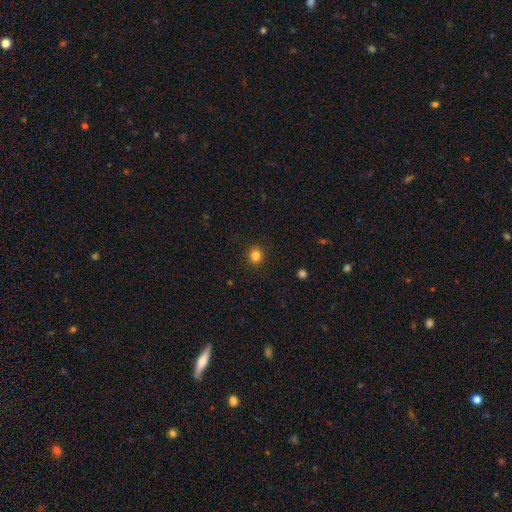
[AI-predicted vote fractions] A smooth galaxy with no disk features (82%) that is round (88%). Merging: none (92%).